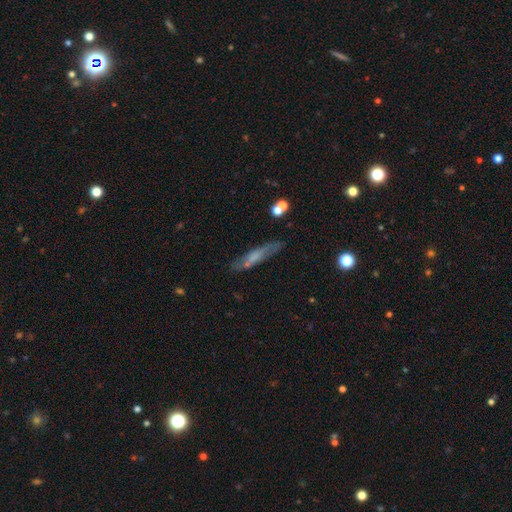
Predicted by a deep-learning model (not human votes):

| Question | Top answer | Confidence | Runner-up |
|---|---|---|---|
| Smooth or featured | smooth | 48% | featured or disk (43%) |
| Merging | none | 67% | minor disturbance (20%) |